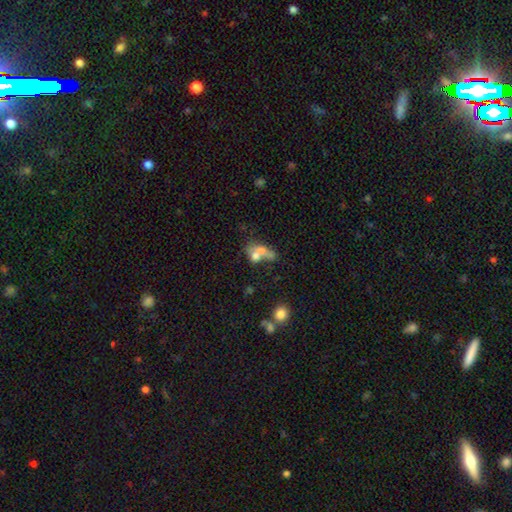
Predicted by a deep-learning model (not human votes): Smooth or featured? Predicted: smooth (p=0.57). How rounded? Predicted: in between (p=0.55). Merging? Predicted: merger (p=0.63).